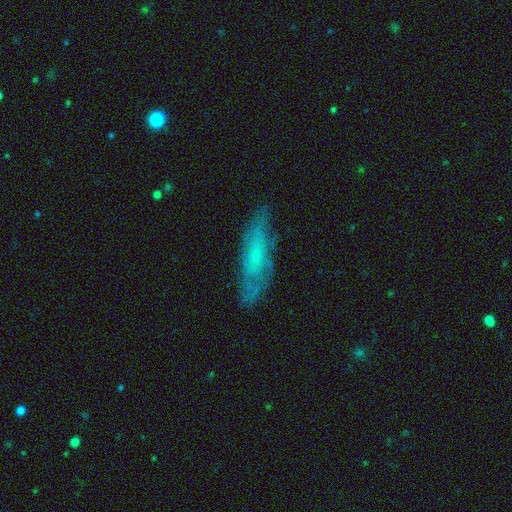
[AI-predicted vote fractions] A featured or disk galaxy (51%). Merging: none (72%).